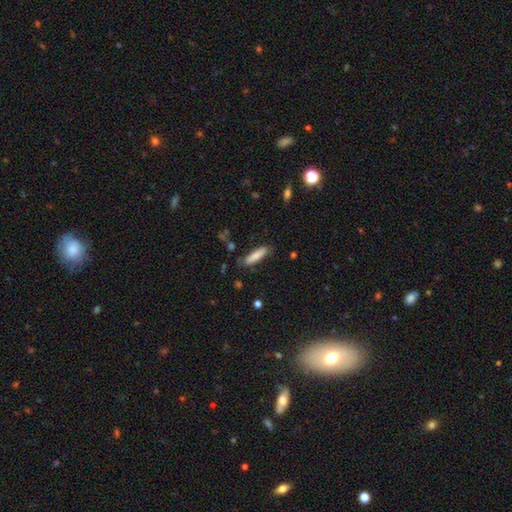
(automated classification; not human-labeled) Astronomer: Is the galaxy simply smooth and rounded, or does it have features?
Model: smooth — 82%.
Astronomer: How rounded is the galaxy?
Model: cigar-shaped — 71%.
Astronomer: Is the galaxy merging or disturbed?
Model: none — 82%.